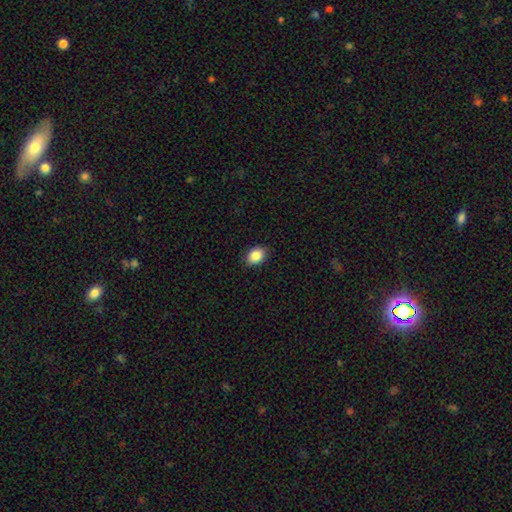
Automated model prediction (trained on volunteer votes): smooth-or-featured: smooth: 86% | star or artifact: 8% | featured or disk: 6%
  how-rounded: in between: 73% | round: 26% | cigar-shaped: 1%
  merging: none: 88% | minor disturbance: 10% | major disturbance: 2% | merger: 1%